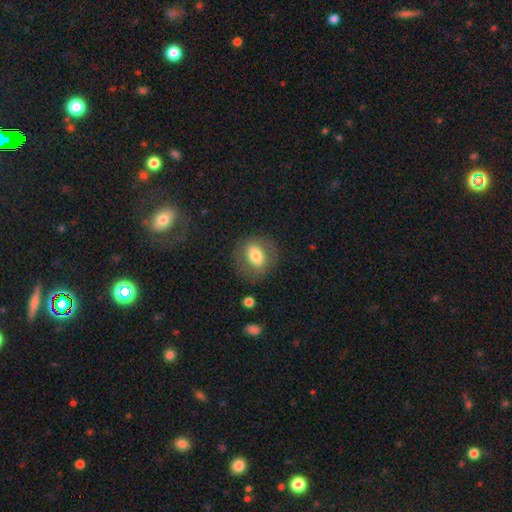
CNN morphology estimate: Smooth or featured?
  - smooth: 66% *
  - featured or disk: 26%
  - star or artifact: 8%
How rounded?
  - in between: 58% *
  - round: 40%
  - cigar-shaped: 2%
Merging?
  - none: 78% *
  - minor disturbance: 14%
  - major disturbance: 7%
  - merger: 2%